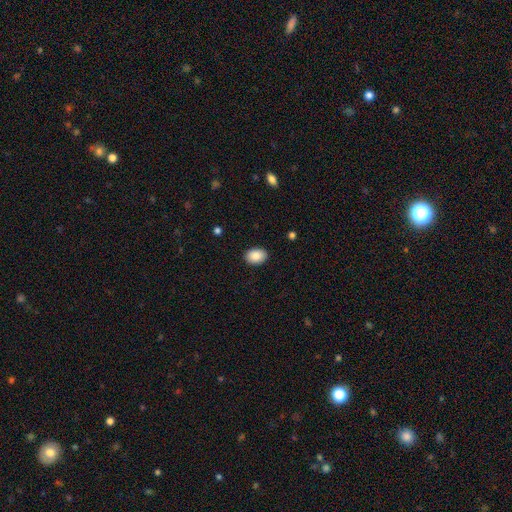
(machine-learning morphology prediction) This is clearly a smooth galaxy (88%). How rounded: likely in between (79%). Merging: clearly none (90%).